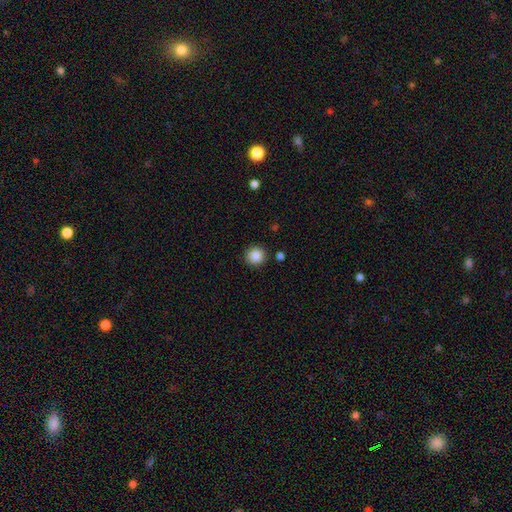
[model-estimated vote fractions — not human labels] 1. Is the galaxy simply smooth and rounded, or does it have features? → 87% smooth, 9% star or artifact, 3% featured or disk.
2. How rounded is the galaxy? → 94% round, 5% in between, 1% cigar-shaped.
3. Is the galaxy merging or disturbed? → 90% none, 6% minor disturbance, 2% merger, 2% major disturbance.